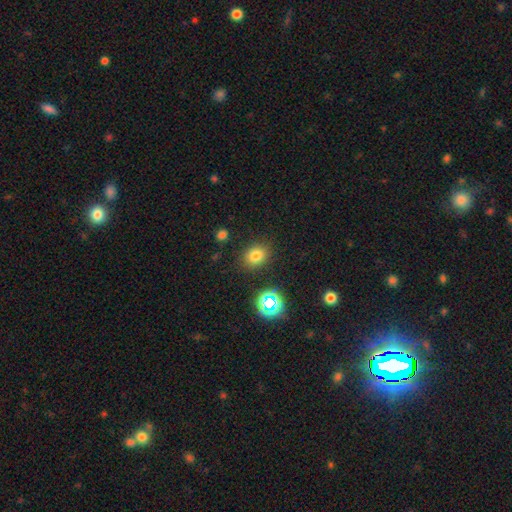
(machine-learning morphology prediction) Overall: smooth (75%). How rounded: in between (51%; round 48%). Merging: none (84%).